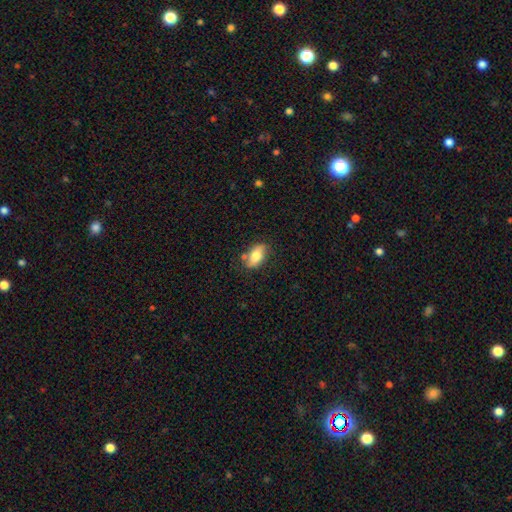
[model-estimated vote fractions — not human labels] A smooth galaxy with no disk features (70%) that is in between round and cigar-shaped (88%). Merging: none (69%).